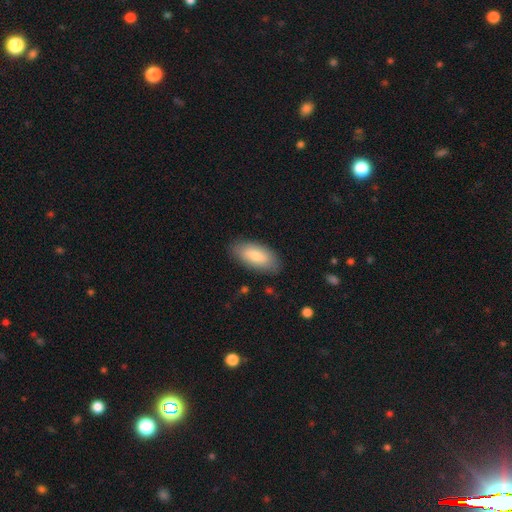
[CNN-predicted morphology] Smooth or featured? smooth (78%)
How rounded? in between (91%)
Merging? none (83%)